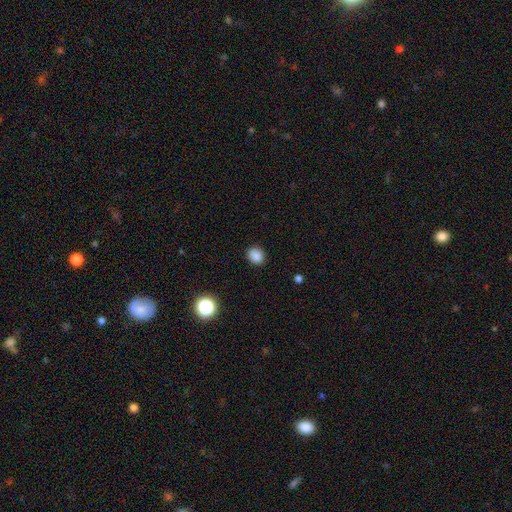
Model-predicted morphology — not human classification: type=smooth (86%); roundness=round (65%); merging=none (88%).